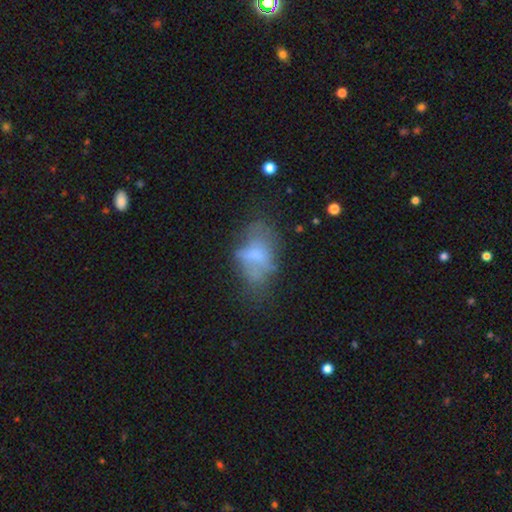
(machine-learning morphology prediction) smooth-or-featured: smooth: 51% | featured or disk: 37% | star or artifact: 12%
  how-rounded: in between: 87% | round: 10% | cigar-shaped: 4%
  merging: none: 32% | major disturbance: 31% | minor disturbance: 26% | merger: 11%